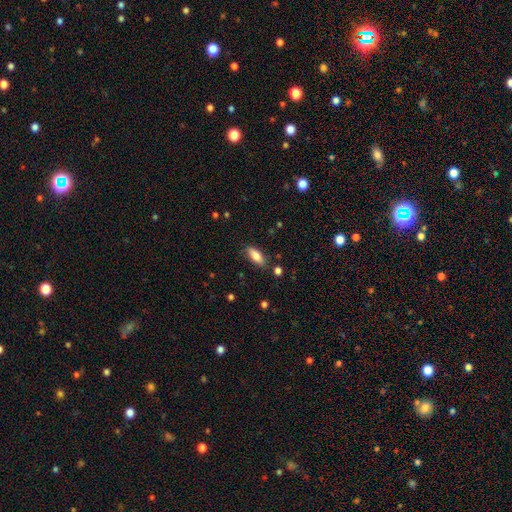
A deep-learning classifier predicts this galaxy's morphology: This appears to be a smooth galaxy with no disk features (81%) that is in between round and cigar-shaped (79%). Merging: none (82%).